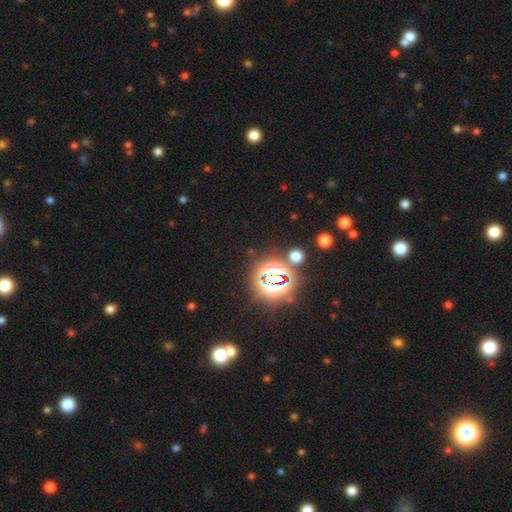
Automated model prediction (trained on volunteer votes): smooth-or-featured: star or artifact: 83% | smooth: 11% | featured or disk: 6%